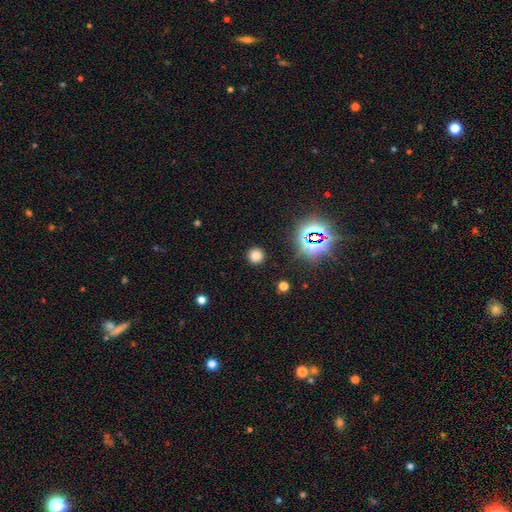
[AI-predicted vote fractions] A smooth galaxy with no disk features (75%) that is round (93%).

Vote fractions:
- Smooth or featured? smooth: 75% / star or artifact: 20% / featured or disk: 5%
- How rounded? round: 93% / in between: 6% / cigar-shaped: 1%
- Merging? none: 90% / minor disturbance: 6% / major disturbance: 3% / merger: 1%